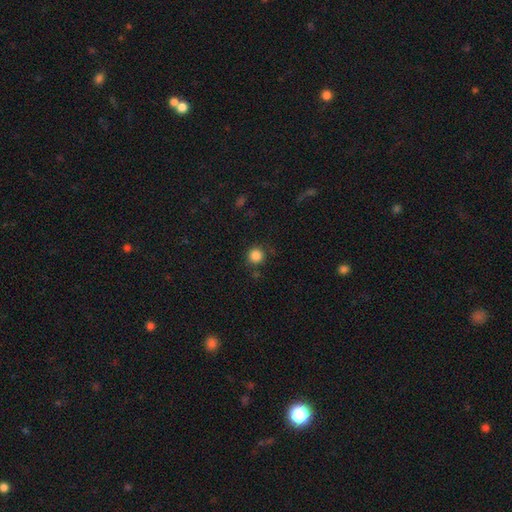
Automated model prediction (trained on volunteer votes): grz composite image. It shows a smooth galaxy with no disk features (85%) that is round (95%). Merging: none (86%).